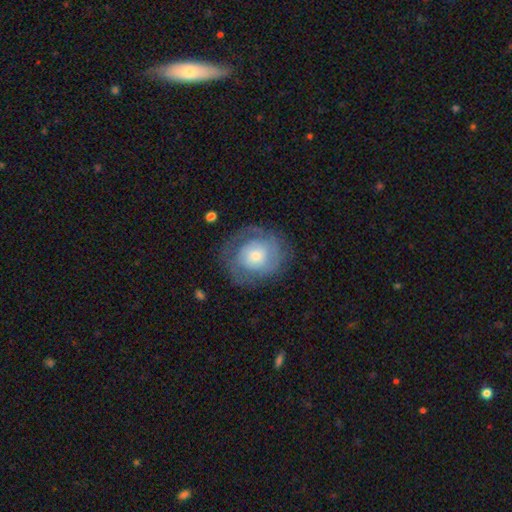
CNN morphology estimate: A featured or disk galaxy (67%) with no bar (77%), tight (67%) spiral arms (84%) and a moderate central bulge (49%).

Vote fractions:
- Smooth or featured? featured or disk: 67% / smooth: 26% / star or artifact: 7%
- Edge-on disk? no: 97% / yes: 3%
- Bar? no: 77% / weak: 20% / strong: 4%
- Spiral arms? yes: 84% / no: 16%
- Spiral winding? tight: 67% / medium: 25% / loose: 8%
- Spiral arm count? can't tell: 41% / 2: 31% / 3: 12% / 1: 8% / 4: 5% / more than 4: 4%
- Bulge size? moderate: 49% / small: 37% / large: 11% / none: 2% / dominant: 2%
- Merging? none: 73% / minor disturbance: 16% / major disturbance: 9% / merger: 1%